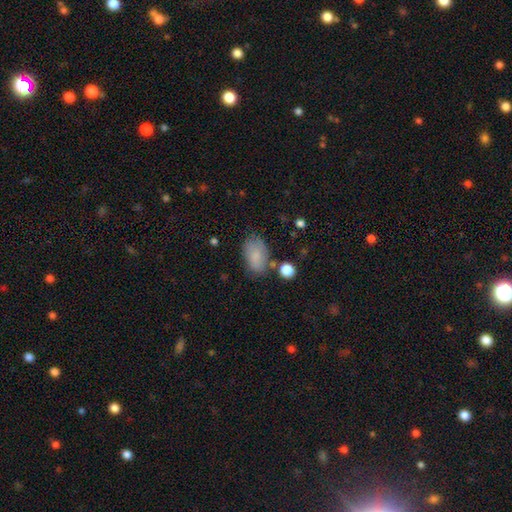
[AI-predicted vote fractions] smooth 82%, featured or disk 10%, star or artifact 8%. Down the decision tree: how rounded — in between (90%); merging — none (66%).